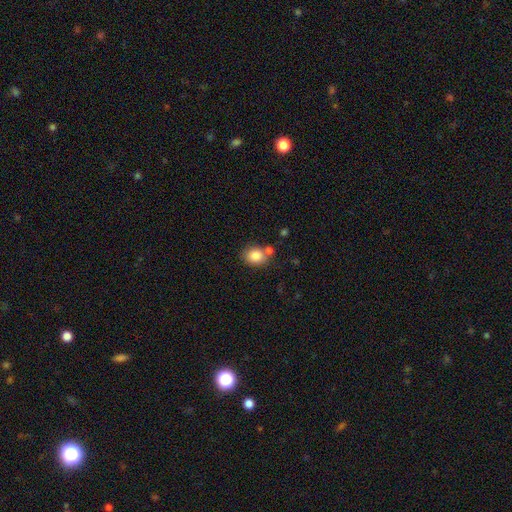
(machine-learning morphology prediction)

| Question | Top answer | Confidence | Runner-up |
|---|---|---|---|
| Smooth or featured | smooth | 83% | star or artifact (9%) |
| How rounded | round | 55% | in between (44%) |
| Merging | none | 66% | merger (18%) |